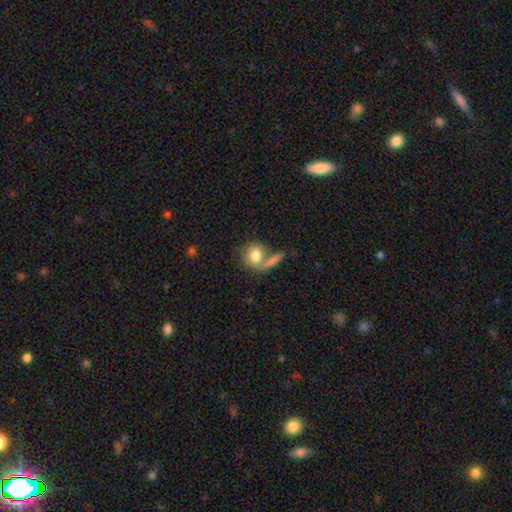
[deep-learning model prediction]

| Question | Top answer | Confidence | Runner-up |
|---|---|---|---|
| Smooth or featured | smooth | 77% | featured or disk (16%) |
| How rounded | round | 64% | in between (33%) |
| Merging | none | 40% | tied: merger (40%) |